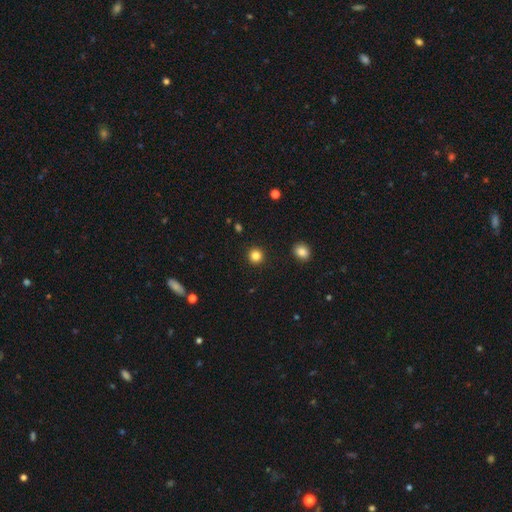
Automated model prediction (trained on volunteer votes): A smooth galaxy with no disk features (84%) that is round (94%). Merging: none (93%).